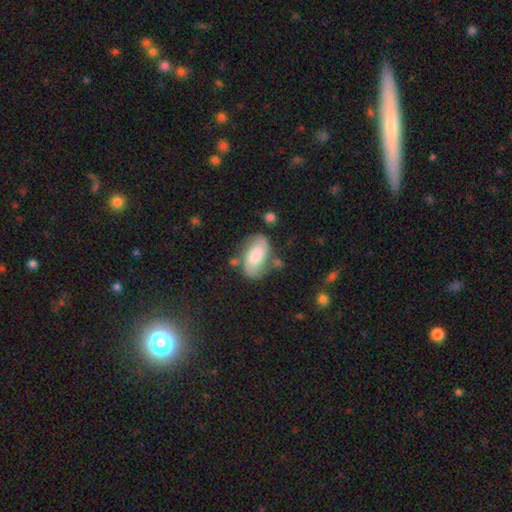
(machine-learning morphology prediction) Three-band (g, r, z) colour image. It shows a featured or disk galaxy (46%, tied with smooth). Merging: none (62%).